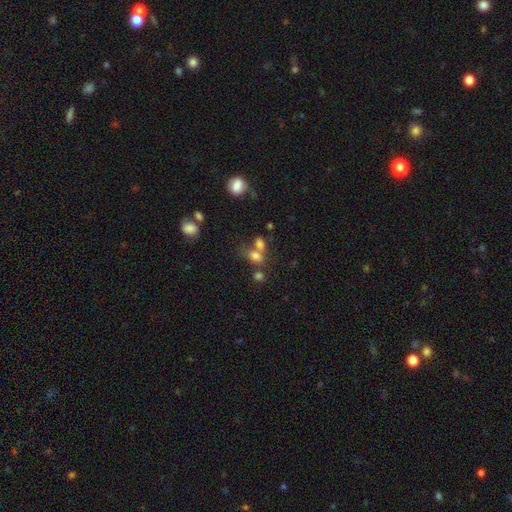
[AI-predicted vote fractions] smooth-or-featured: smooth: 74% | star or artifact: 14% | featured or disk: 11%
  how-rounded: in between: 63% | round: 34% | cigar-shaped: 2%
  merging: merger: 47% | none: 36% | minor disturbance: 10% | major disturbance: 7%